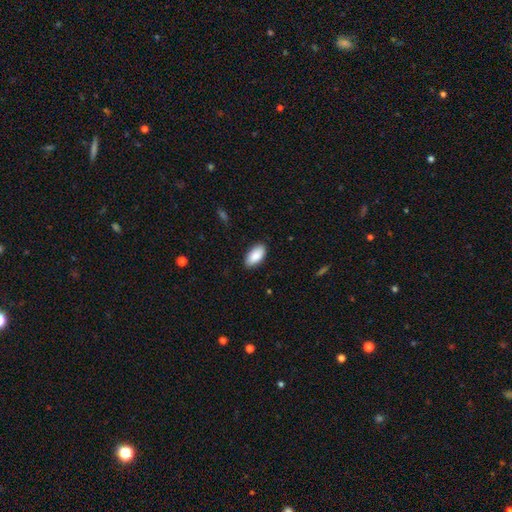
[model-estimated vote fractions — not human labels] Smooth or featured? Predicted: smooth (p=0.88). How rounded? Predicted: in between (p=0.94). Merging? Predicted: none (p=0.88).